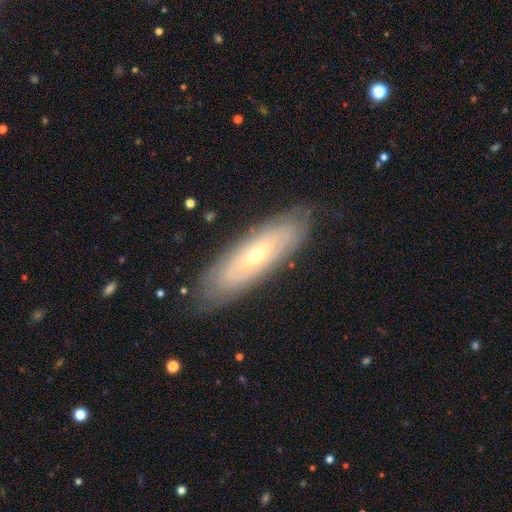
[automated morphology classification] The model was most divided on "smooth or featured": featured or disk: 66%, smooth: 27%, star or artifact: 7%. More confident: merging — none (83%); edge-on disk — no (74%).